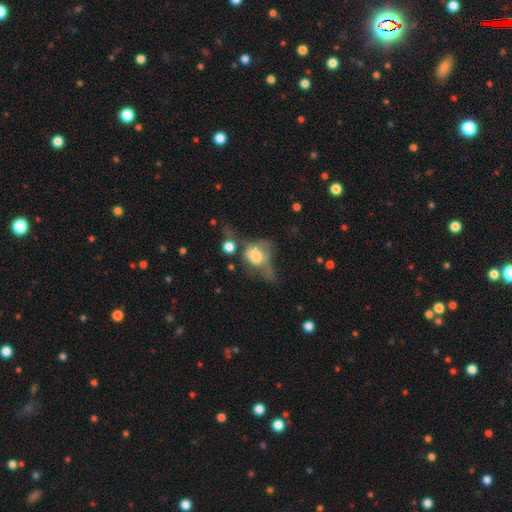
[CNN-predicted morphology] Smooth or featured? smooth (57%)
How rounded? in between (53%)
Merging? major disturbance (48%)